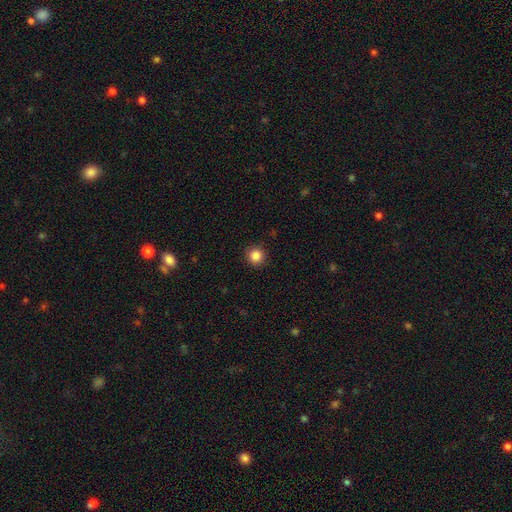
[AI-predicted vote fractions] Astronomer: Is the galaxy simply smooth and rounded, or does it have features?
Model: smooth — 85%.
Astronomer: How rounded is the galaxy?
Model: round — 94%.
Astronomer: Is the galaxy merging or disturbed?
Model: none — 92%.